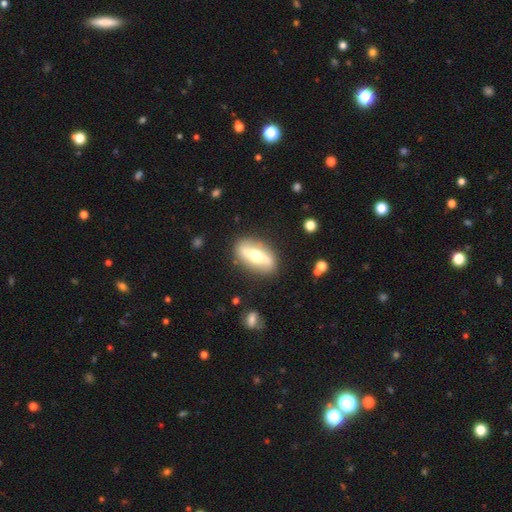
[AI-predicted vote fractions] Smooth or featured? Predicted: featured or disk (p=0.61). Edge-on disk? Predicted: no (p=0.70). Merging? Predicted: none (p=0.84).